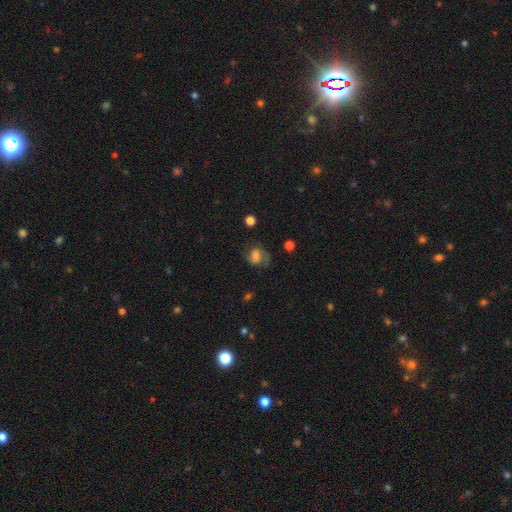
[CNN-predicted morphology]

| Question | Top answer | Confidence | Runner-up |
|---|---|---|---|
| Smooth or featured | featured or disk | 51% | smooth (37%) |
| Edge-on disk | no | 97% | yes (3%) |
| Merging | none | 56% | minor disturbance (23%) |